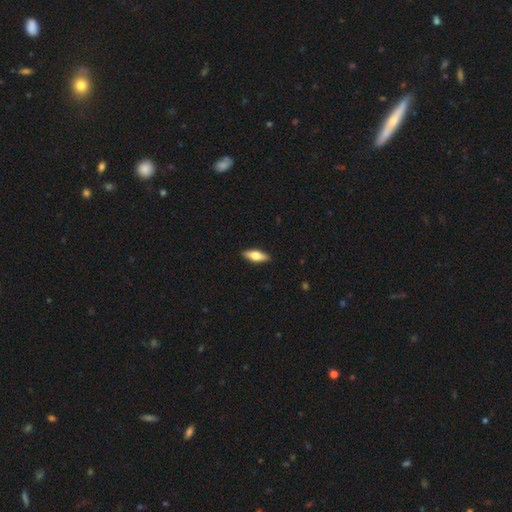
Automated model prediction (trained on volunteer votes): smooth 58%, featured or disk 37%, star or artifact 6%. Down the decision tree: how rounded — in between (59%); merging — none (91%).